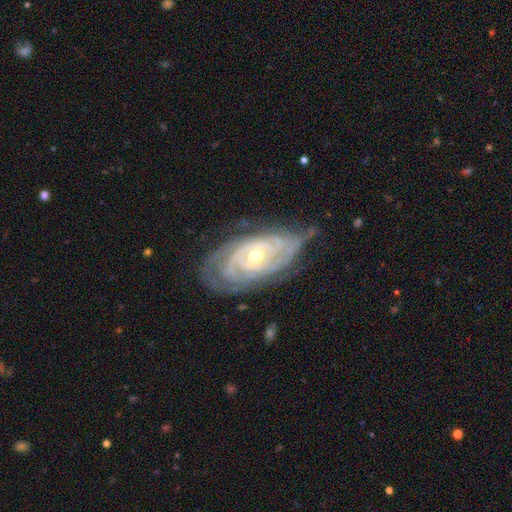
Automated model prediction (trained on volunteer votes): A featured or disk galaxy (91%) with no bar (53%), 2 (25%, tied with can't tell) tight (79%) spiral arms (98%) and a small central bulge (49%).

Vote fractions:
- Smooth or featured? featured or disk: 91% / star or artifact: 5% / smooth: 4%
- Edge-on disk? no: 95% / yes: 5%
- Bar? no: 53% / weak: 34% / strong: 13%
- Spiral arms? yes: 98% / no: 2%
- Spiral winding? tight: 79% / medium: 18% / loose: 3%
- Spiral arm count? 2: 25% (tied) / can't tell: 25% (tied) / 3: 23% / 4: 15% / more than 4: 7% / 1: 6%
- Bulge size? small: 49% / moderate: 48% / large: 1% / none: 1% / dominant: 1%
- Merging? none: 71% / minor disturbance: 21% / major disturbance: 6% / merger: 2%